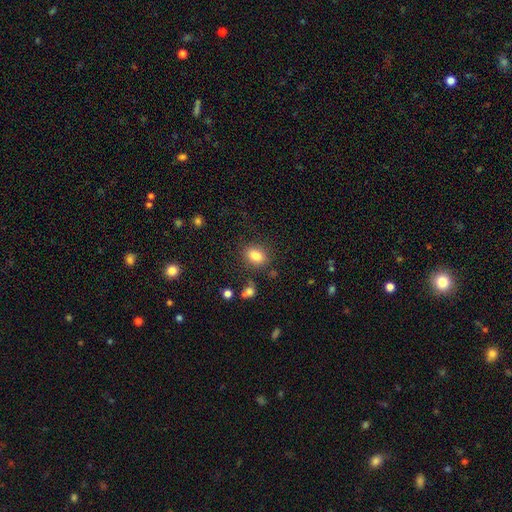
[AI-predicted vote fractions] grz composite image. It shows a smooth galaxy with no disk features (83%) that is in between round and cigar-shaped (73%). Merging: none (81%).